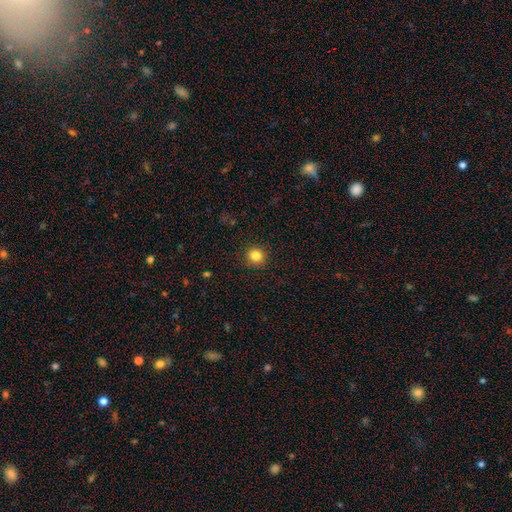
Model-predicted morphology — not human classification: smooth-or-featured: smooth: 84% | star or artifact: 11% | featured or disk: 5%
  how-rounded: round: 92% | in between: 7% | cigar-shaped: 1%
  merging: none: 91% | minor disturbance: 6% | major disturbance: 2% | merger: 1%